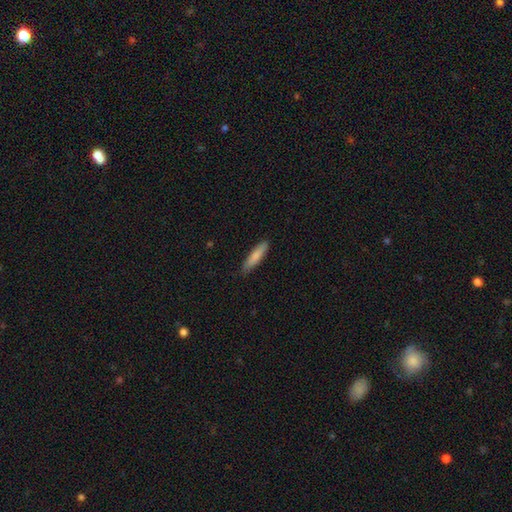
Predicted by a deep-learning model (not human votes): A smooth galaxy with no disk features (82%) that is cigar-shaped (78%). Merging: none (84%).